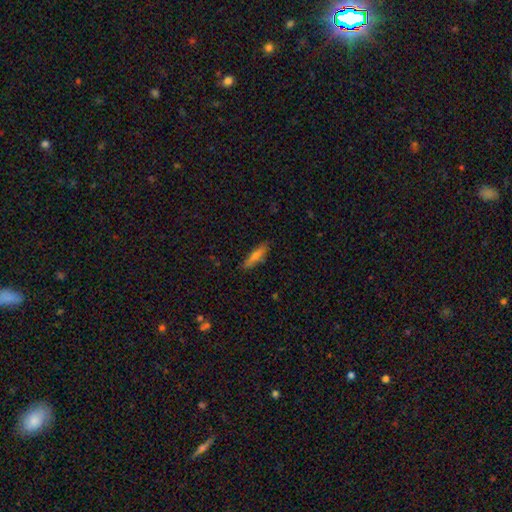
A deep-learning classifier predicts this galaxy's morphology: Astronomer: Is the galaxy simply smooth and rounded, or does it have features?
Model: smooth — 61%.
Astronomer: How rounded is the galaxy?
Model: cigar-shaped — 77%.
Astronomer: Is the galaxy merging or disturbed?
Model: none — 87%.